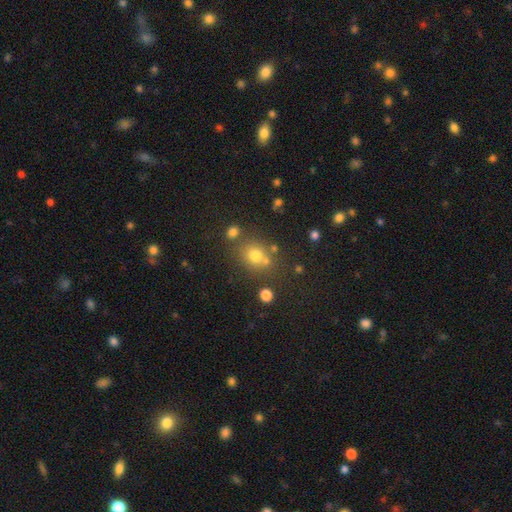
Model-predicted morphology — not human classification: Overall: smooth (66%). How rounded: round (71%). Merging: none (67%).